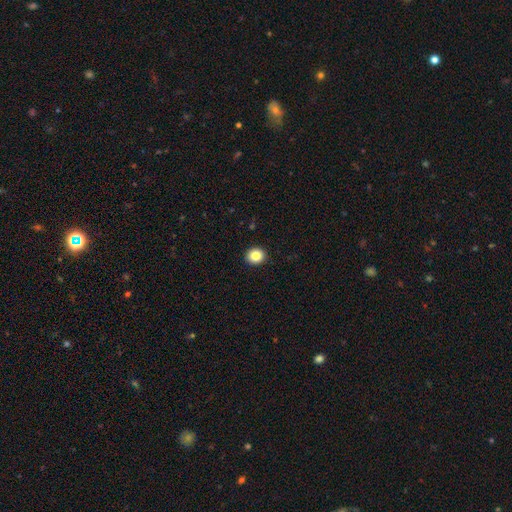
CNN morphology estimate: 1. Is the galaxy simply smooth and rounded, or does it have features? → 86% smooth, 10% star or artifact, 5% featured or disk.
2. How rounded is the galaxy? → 80% round, 19% in between, 1% cigar-shaped.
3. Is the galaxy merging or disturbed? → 93% none, 5% minor disturbance, 2% major disturbance, 1% merger.